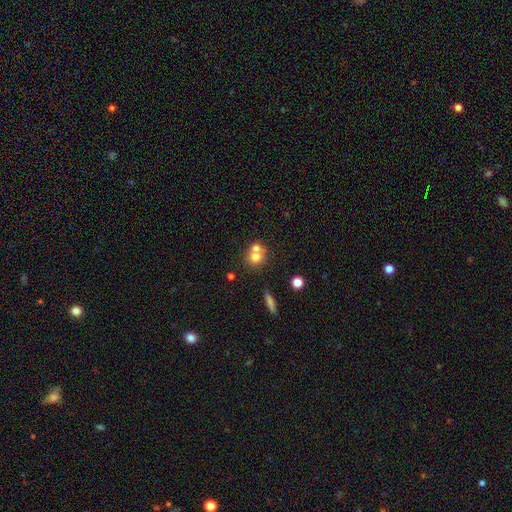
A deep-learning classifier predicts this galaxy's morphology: Overall: smooth (68%). How rounded: round (81%). Merging: merger (54%; none 36%).